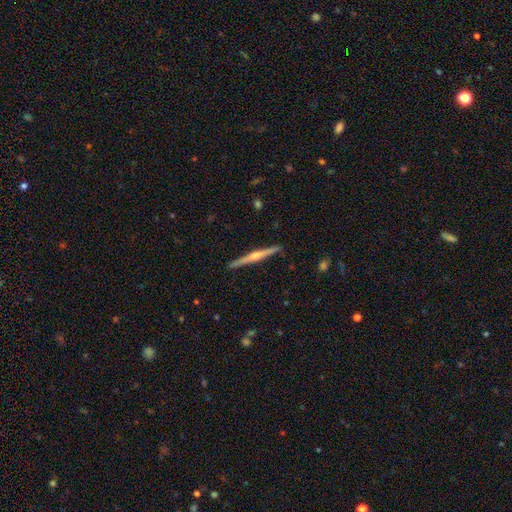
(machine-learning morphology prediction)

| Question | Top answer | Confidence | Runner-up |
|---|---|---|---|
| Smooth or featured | featured or disk | 78% | smooth (17%) |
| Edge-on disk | yes | 98% | no (2%) |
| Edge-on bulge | rounded | 87% | none (7%) |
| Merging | none | 92% | minor disturbance (6%) |